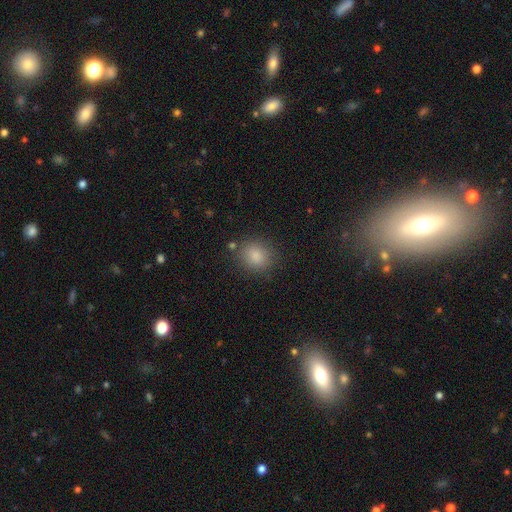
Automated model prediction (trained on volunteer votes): Smooth or featured? smooth (84%)
How rounded? round (73%)
Merging? none (83%)